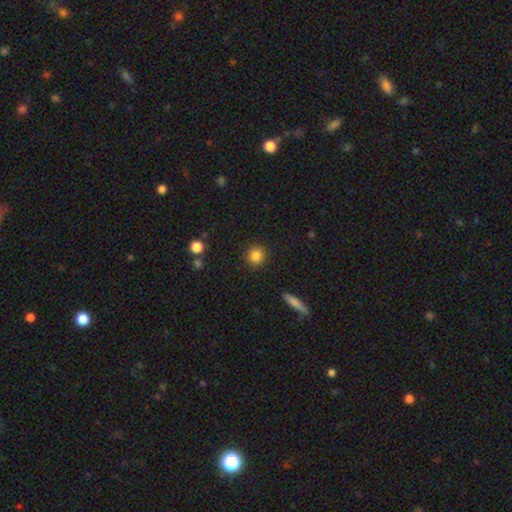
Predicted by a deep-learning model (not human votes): A smooth galaxy with no disk features (85%) that is round (91%).

Vote fractions:
- Smooth or featured? smooth: 85% / star or artifact: 10% / featured or disk: 5%
- How rounded? round: 91% / in between: 8% / cigar-shaped: 1%
- Merging? none: 91% / minor disturbance: 6% / major disturbance: 2% / merger: 1%